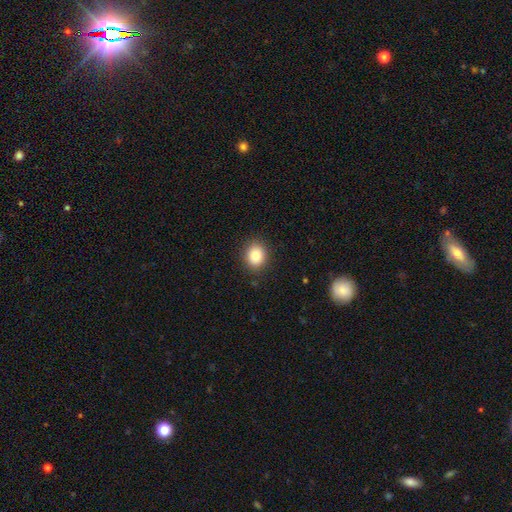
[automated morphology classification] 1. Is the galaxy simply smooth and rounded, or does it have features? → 84% smooth, 10% star or artifact, 6% featured or disk.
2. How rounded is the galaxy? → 61% round, 38% in between, 1% cigar-shaped.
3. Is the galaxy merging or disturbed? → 89% none, 8% minor disturbance, 2% major disturbance, 1% merger.